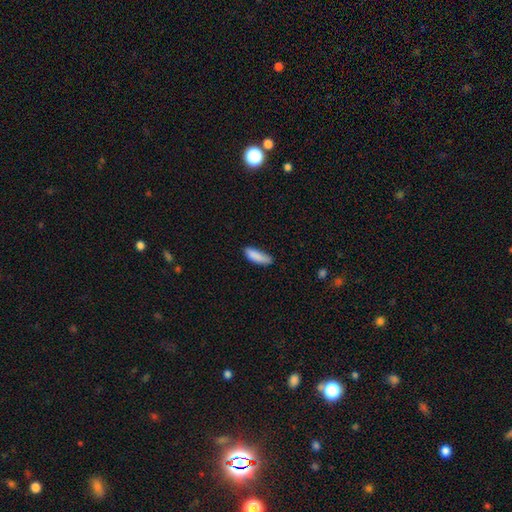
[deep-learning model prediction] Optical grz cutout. It shows a smooth galaxy with no disk features (87%) that is in between round and cigar-shaped (56%). Merging: none (64%).